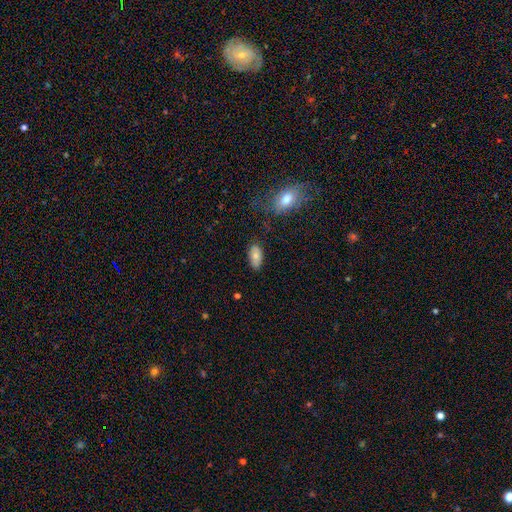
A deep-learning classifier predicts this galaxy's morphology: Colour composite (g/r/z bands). It shows a smooth galaxy with no disk features (76%) that is in between round and cigar-shaped (93%). Merging: none (77%).